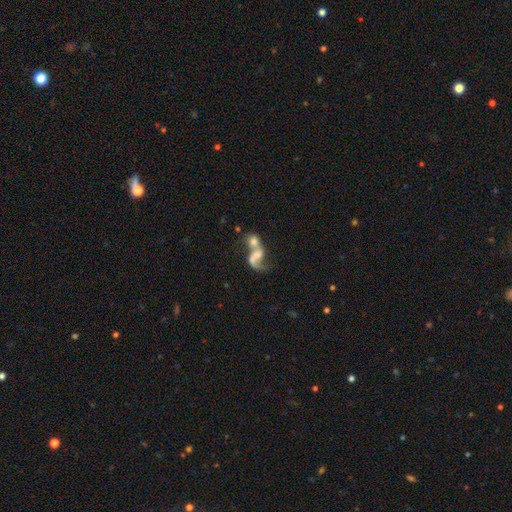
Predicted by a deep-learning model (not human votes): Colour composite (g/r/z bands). It shows a featured or disk galaxy (56%) with no bar (63%), spiral arms (68%) and no central bulge (36%). Merging: merger (68%).